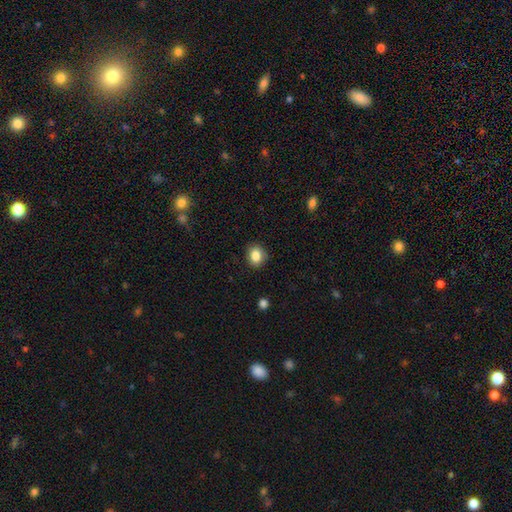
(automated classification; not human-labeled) Smooth or featured? Predicted: smooth (p=0.85). How rounded? Predicted: round (p=0.63). Merging? Predicted: none (p=0.85).